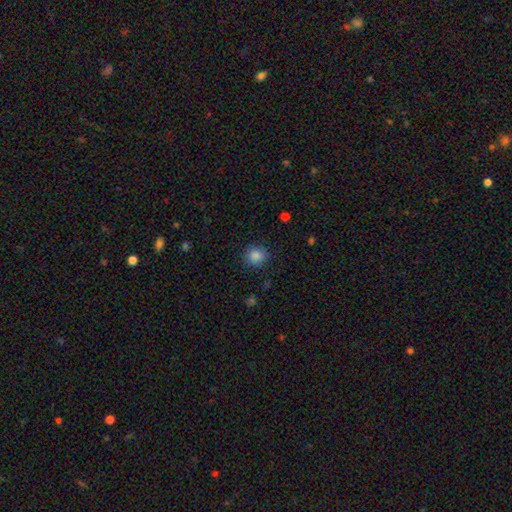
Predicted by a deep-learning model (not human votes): Morphology: type=smooth (85%); roundness=round (85%); merging=none (88%).